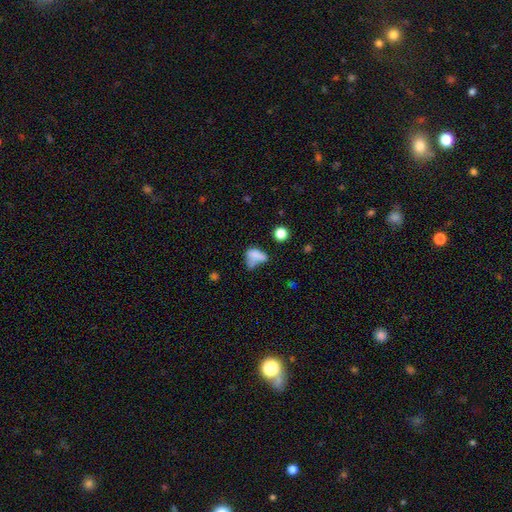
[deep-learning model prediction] smooth-or-featured: smooth: 66% | featured or disk: 20% | star or artifact: 14%
  how-rounded: in between: 77% | round: 18% | cigar-shaped: 5%
  merging: major disturbance: 29% | merger: 25% | none: 24% | minor disturbance: 22%